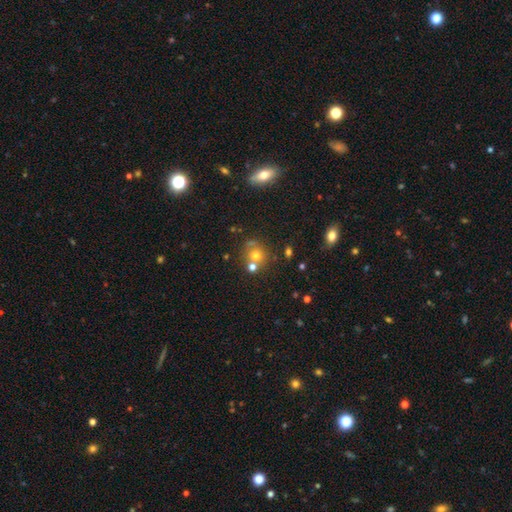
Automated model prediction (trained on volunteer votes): This appears to be a smooth galaxy with no disk features (64%) that is round (86%). Merging: none (58%).